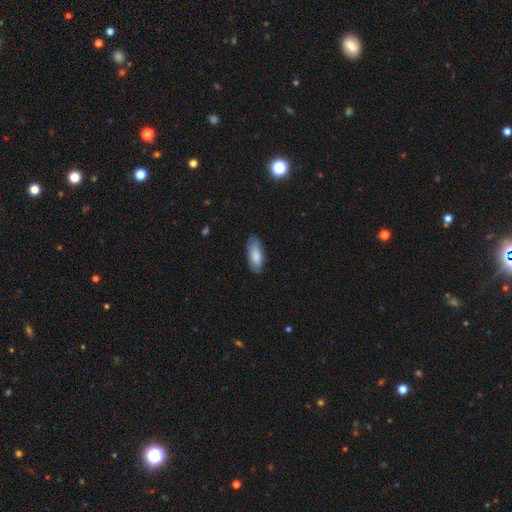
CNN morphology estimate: This appears to be a smooth galaxy with no disk features (84%) that is in between round and cigar-shaped (80%). Merging: none (81%).